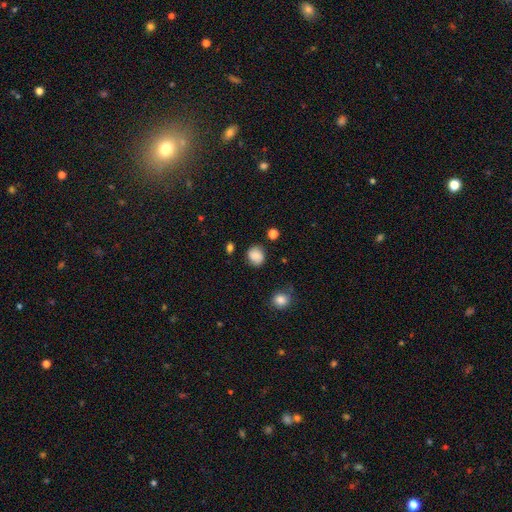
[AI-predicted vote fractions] A smooth galaxy with no disk features (76%) that is round (77%). Merging: none (77%).